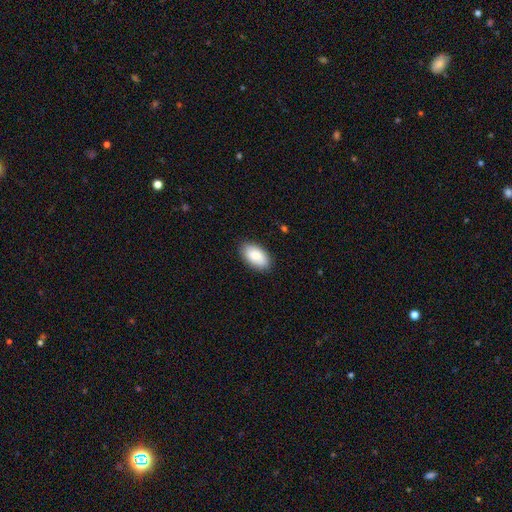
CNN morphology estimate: Smooth or featured? smooth (84%)
How rounded? in between (95%)
Merging? none (86%)